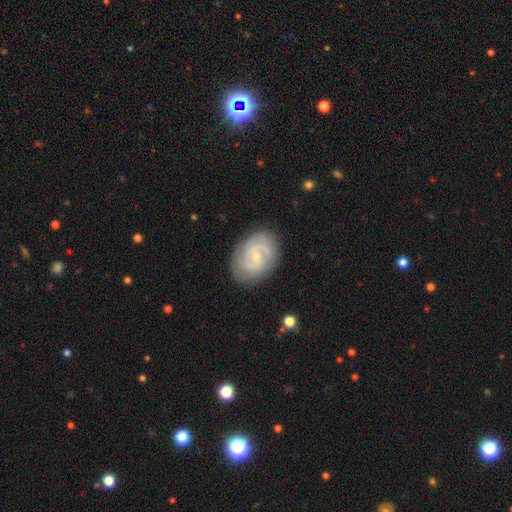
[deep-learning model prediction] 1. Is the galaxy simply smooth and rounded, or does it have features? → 82% featured or disk, 13% smooth, 5% star or artifact.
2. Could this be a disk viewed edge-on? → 97% no, 3% yes.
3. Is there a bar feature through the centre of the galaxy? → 51% weak, 37% no, 12% strong.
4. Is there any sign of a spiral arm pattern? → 94% yes, 6% no.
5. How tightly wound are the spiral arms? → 47% tight, 41% medium, 12% loose.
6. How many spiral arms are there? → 72% 2, 13% can't tell, 7% 3, 3% 1, 2% 4, 2% more than 4.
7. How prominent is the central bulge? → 74% small, 21% moderate, 3% none, 1% large, 1% dominant.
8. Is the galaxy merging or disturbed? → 82% none, 13% minor disturbance, 4% major disturbance, 1% merger.